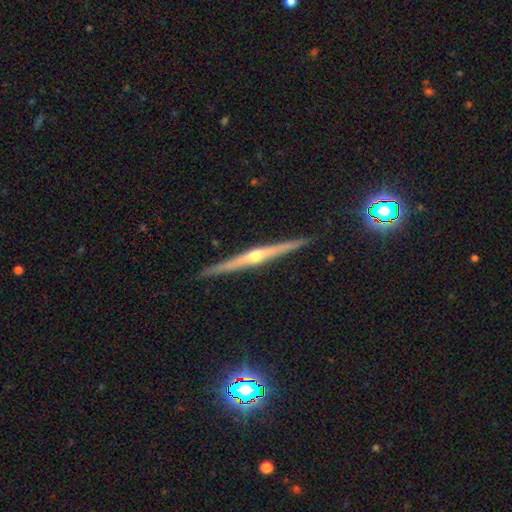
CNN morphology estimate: smooth_or_featured: featured or disk (p=0.81) [alt: smooth p=0.14]
disk_edge_on: yes (p=0.98) [alt: no p=0.02]
edge_on_bulge: rounded (p=0.87) [alt: none p=0.10]
merging: none (p=0.91) [alt: minor disturbance p=0.07]